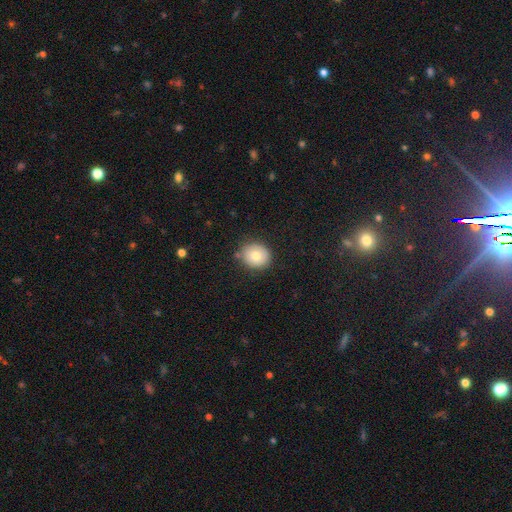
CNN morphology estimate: Smooth or featured: smooth — 75% (featured or disk — 16%)
How rounded: round — 80% (in between — 19%)
Merging: none — 82% (minor disturbance — 13%)